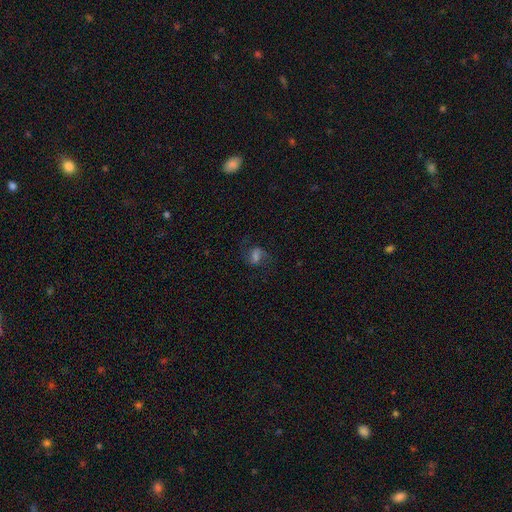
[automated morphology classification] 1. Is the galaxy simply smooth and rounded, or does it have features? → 47% featured or disk, 38% smooth, 15% star or artifact.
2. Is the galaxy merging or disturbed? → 64% none, 18% minor disturbance, 16% major disturbance, 2% merger.